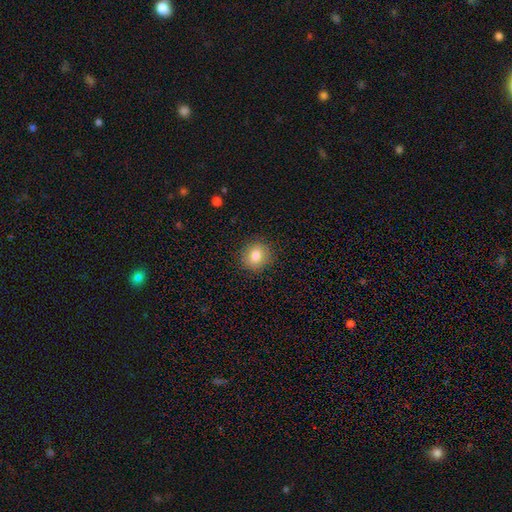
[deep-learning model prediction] Smooth or featured? smooth (82%)
How rounded? round (80%)
Merging? none (89%)